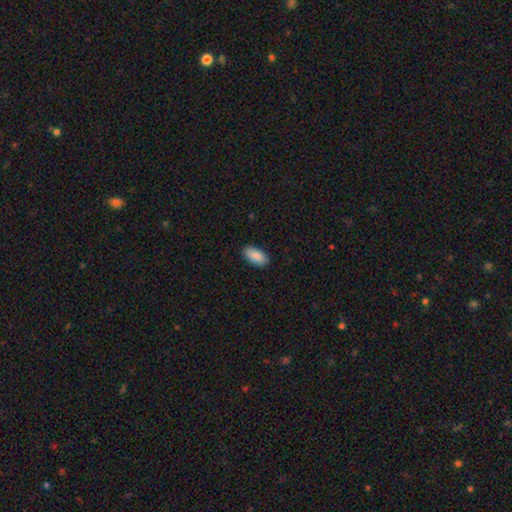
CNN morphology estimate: This is clearly a smooth galaxy (90%). How rounded: clearly in between (94%). Merging: clearly none (88%).